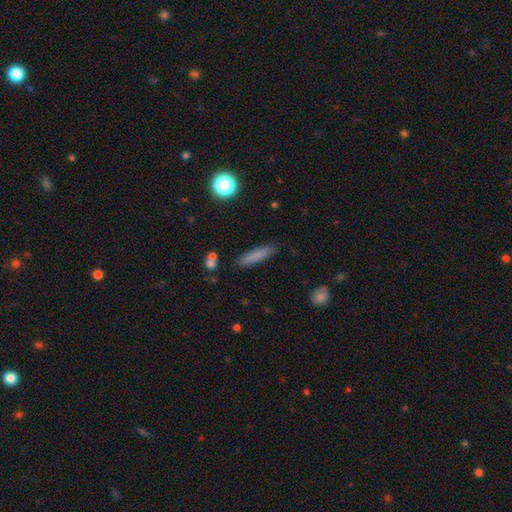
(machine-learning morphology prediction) The model was most divided on "smooth or featured": smooth: 80%, featured or disk: 12%, star or artifact: 9%. More confident: merging — none (86%); how rounded — cigar-shaped (85%).